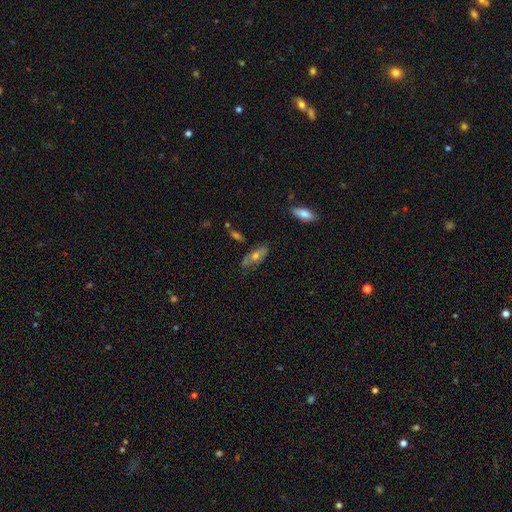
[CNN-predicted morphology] Smooth or featured?
  - featured or disk: 45% * (tied)
  - smooth: 45% * (tied)
  - star or artifact: 10%
Merging?
  - none: 69% *
  - minor disturbance: 21%
  - major disturbance: 6%
  - merger: 5%